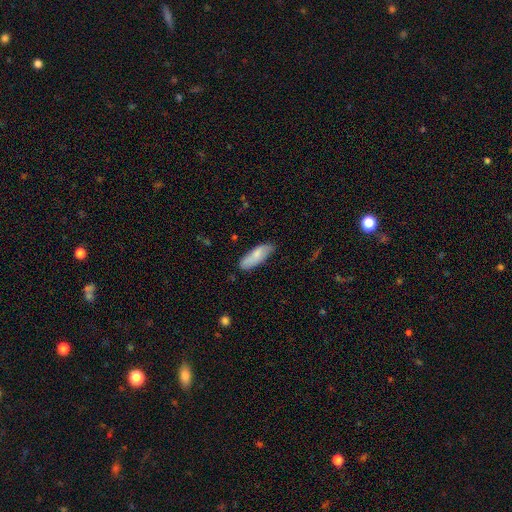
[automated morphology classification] Smooth or featured: smooth — 77% (featured or disk — 17%)
How rounded: in between — 62% (cigar-shaped — 36%)
Merging: none — 74% (minor disturbance — 20%)